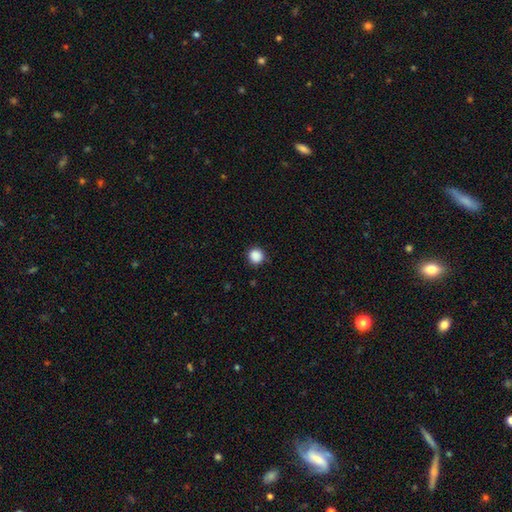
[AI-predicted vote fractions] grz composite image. It shows a smooth galaxy with no disk features (88%) that is round (94%). Merging: none (89%).